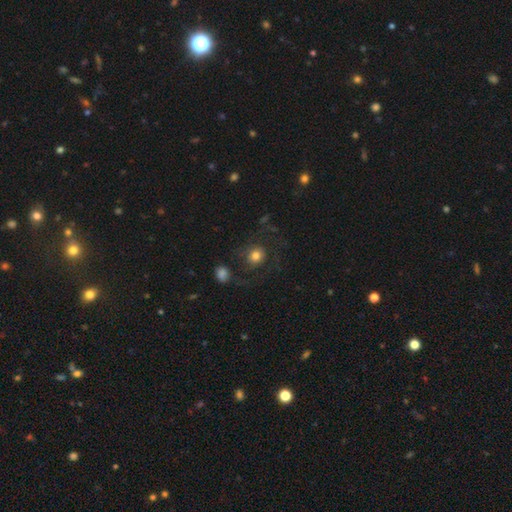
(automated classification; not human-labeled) A smooth galaxy with no disk features (71%) that is round (82%).

Vote fractions:
- Smooth or featured? smooth: 71% / featured or disk: 18% / star or artifact: 11%
- How rounded? round: 82% / in between: 17% / cigar-shaped: 1%
- Merging? none: 63% / major disturbance: 18% / minor disturbance: 15% / merger: 4%